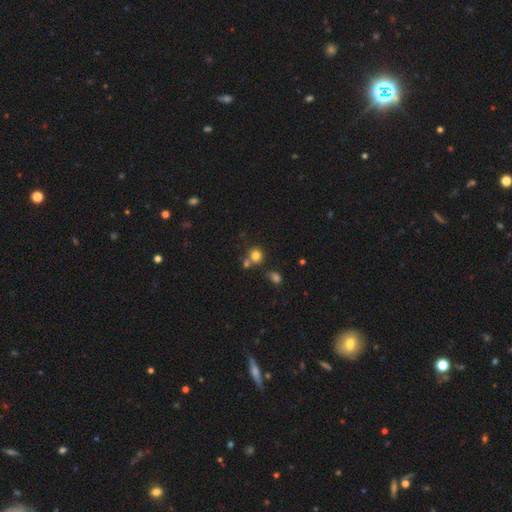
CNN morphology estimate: Smooth or featured? Predicted: smooth (p=0.78). How rounded? Predicted: round (p=0.85). Merging? Predicted: none (p=0.60).